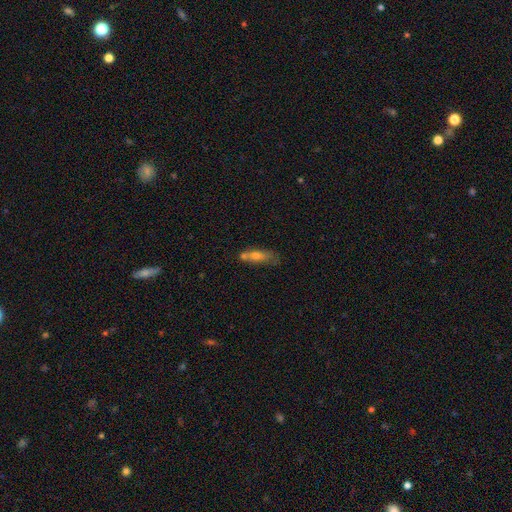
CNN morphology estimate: smooth_or_featured: smooth (p=0.54) [alt: featured or disk p=0.36]
how_rounded: cigar-shaped (p=0.59) [alt: in between p=0.37]
merging: none (p=0.50) [alt: minor disturbance p=0.21]